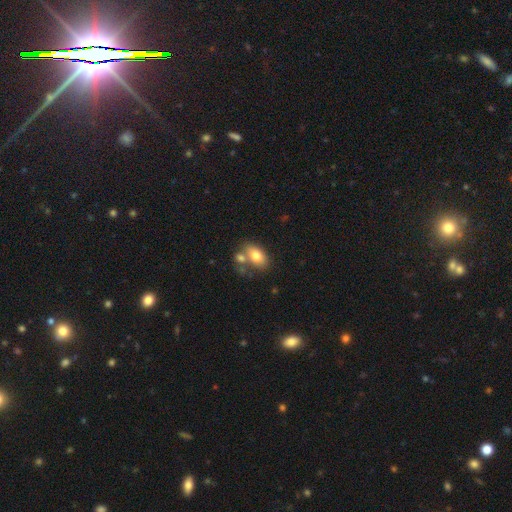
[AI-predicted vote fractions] Smooth or featured?
  - smooth: 77% *
  - featured or disk: 15%
  - star or artifact: 8%
How rounded?
  - in between: 87% *
  - round: 11%
  - cigar-shaped: 2%
Merging?
  - none: 45% *
  - merger: 36%
  - minor disturbance: 14%
  - major disturbance: 5%